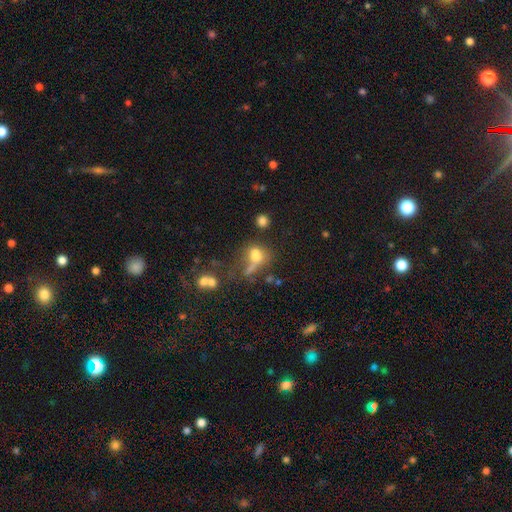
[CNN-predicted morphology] This appears to be a smooth galaxy with no disk features (61%) that is in between round and cigar-shaped (57%). Merging: merger (33%).